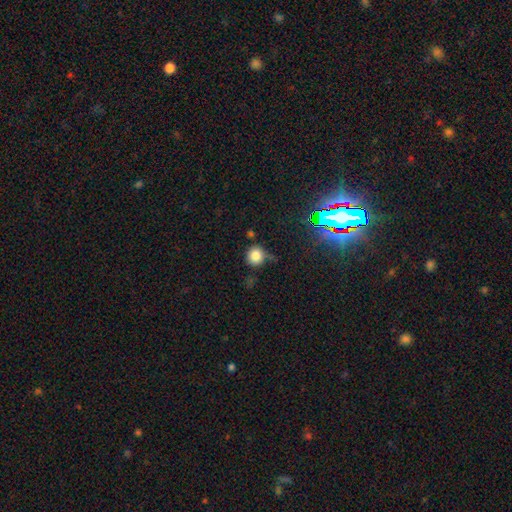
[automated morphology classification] This is likely a smooth galaxy (79%). How rounded: clearly round (91%). Merging: likely none (61%).